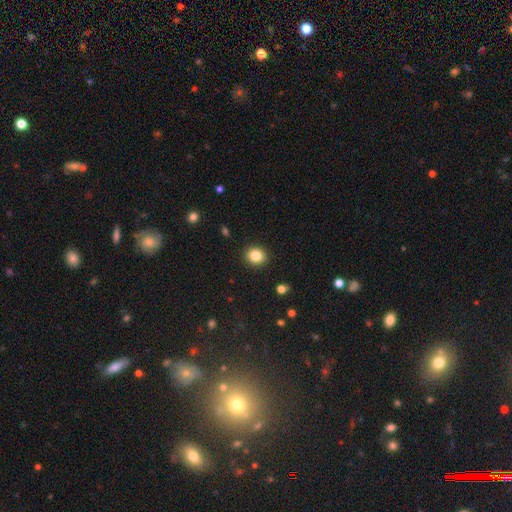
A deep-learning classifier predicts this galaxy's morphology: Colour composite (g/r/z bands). It shows a smooth galaxy with no disk features (84%) that is round (78%). Merging: none (92%).